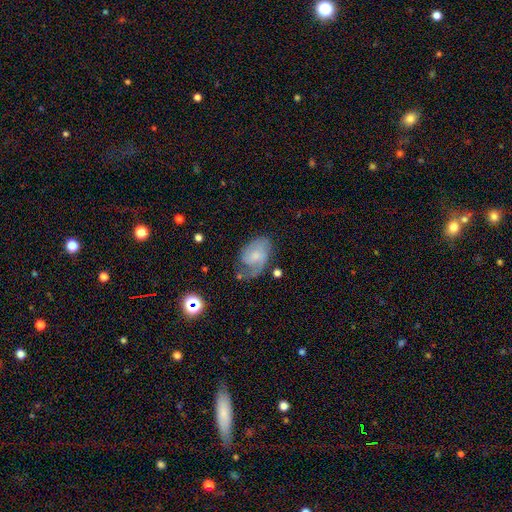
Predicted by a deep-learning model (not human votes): Overall: featured or disk (61%; smooth 31%). Edge-on disk: no (97%). Bar: no (58%; weak 37%). Spiral arms: yes (88%). Spiral arm count: 2 (45%; 1 30%). Spiral winding: medium (44%; tight 29%). Bulge size: small (53%; moderate 28%). Merging: none (47%; minor disturbance 29%).